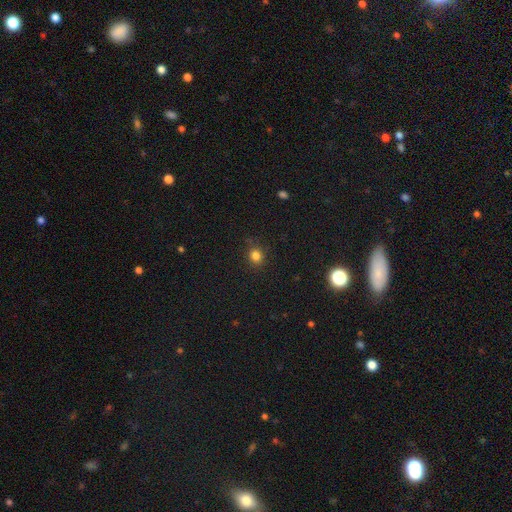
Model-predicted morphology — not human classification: A smooth galaxy with no disk features (81%) that is round (76%).

Vote fractions:
- Smooth or featured? smooth: 81% / star or artifact: 14% / featured or disk: 4%
- How rounded? round: 76% / in between: 23% / cigar-shaped: 1%
- Merging? none: 86% / minor disturbance: 10% / major disturbance: 3% / merger: 2%